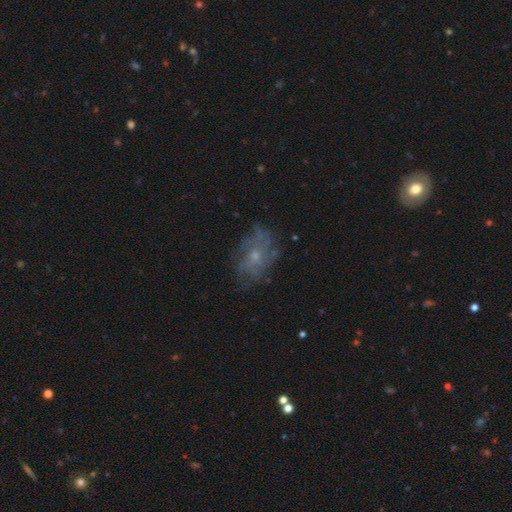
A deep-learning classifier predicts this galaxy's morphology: Overall: featured or disk (67%). Edge-on disk: no (97%). Bar: no (80%). Spiral arms: yes (78%). Spiral arm count: can't tell (49%; 4 16%). Spiral winding: tight (39%; medium 38%). Bulge size: small (58%; moderate 36%). Merging: none (72%).